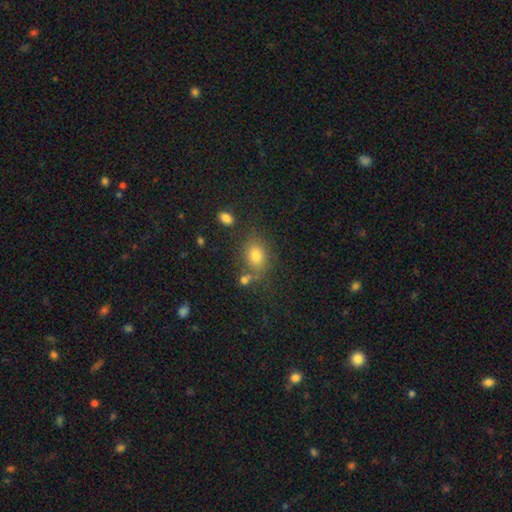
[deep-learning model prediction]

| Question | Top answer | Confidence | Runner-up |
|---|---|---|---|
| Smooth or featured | smooth | 76% | star or artifact (14%) |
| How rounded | in between | 62% | round (37%) |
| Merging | none | 66% | minor disturbance (16%) |